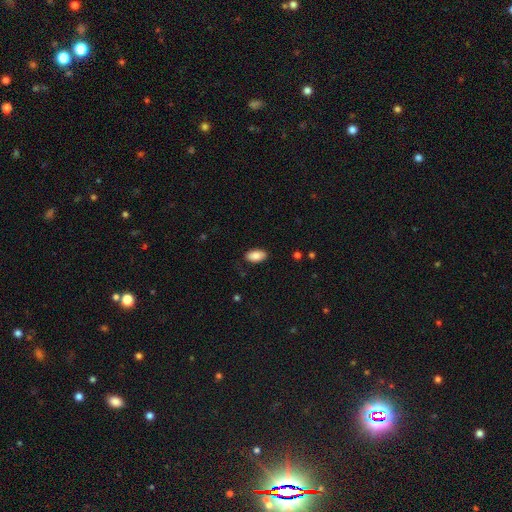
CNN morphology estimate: smooth 87%, star or artifact 7%, featured or disk 6%. Down the decision tree: how rounded — in between (94%); merging — none (85%).